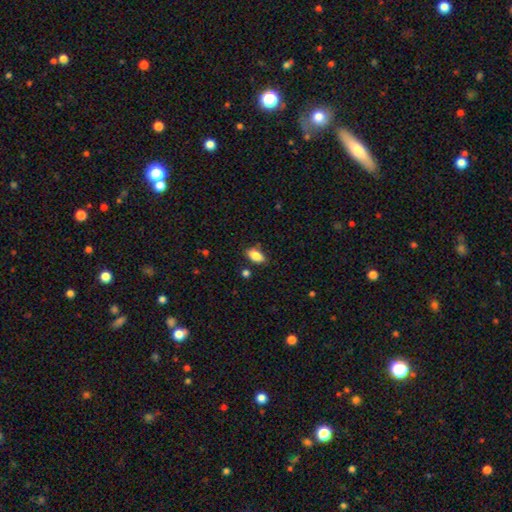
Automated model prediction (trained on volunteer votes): Smooth or featured?
  - smooth: 84% *
  - star or artifact: 8%
  - featured or disk: 7%
How rounded?
  - in between: 91% *
  - round: 5%
  - cigar-shaped: 4%
Merging?
  - none: 77% *
  - minor disturbance: 15%
  - merger: 4%
  - major disturbance: 3%